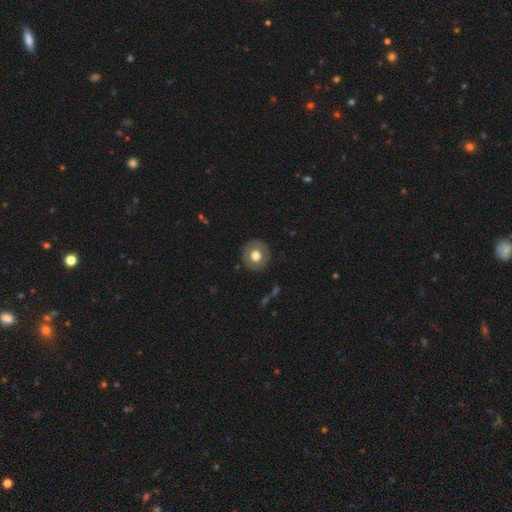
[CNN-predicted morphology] Smooth or featured: smooth — 64% (featured or disk — 28%)
How rounded: round — 89% (in between — 10%)
Merging: none — 89% (minor disturbance — 8%)